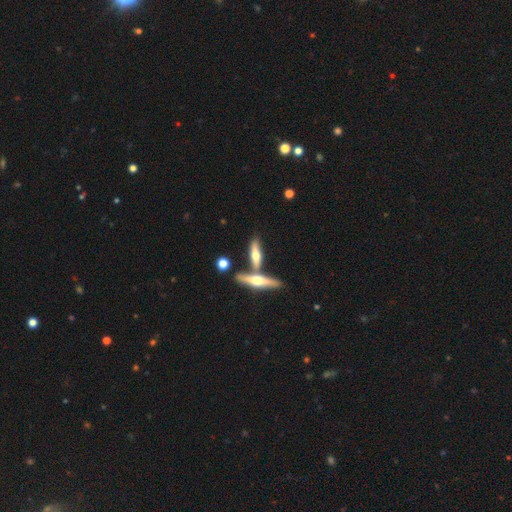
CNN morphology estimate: A featured or disk galaxy (51%) viewed edge-on (90%).

Vote fractions:
- Smooth or featured? featured or disk: 51% / smooth: 43% / star or artifact: 6%
- Edge-on disk? yes: 90% / no: 10%
- Merging? none: 52% / merger: 34% / minor disturbance: 10% / major disturbance: 3%